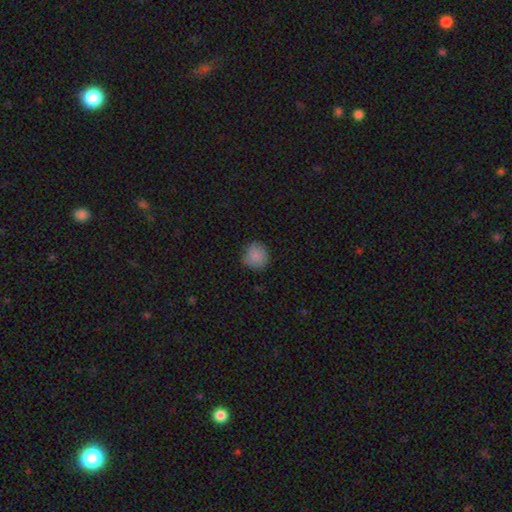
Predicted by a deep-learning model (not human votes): Smooth or featured? smooth (85%)
How rounded? round (90%)
Merging? none (78%)